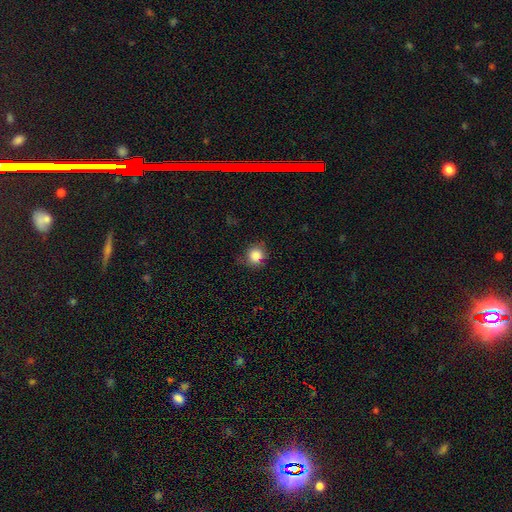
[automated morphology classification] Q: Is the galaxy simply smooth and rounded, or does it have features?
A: smooth — 85%.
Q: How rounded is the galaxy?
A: round — 87%.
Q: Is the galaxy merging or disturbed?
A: none — 75%.